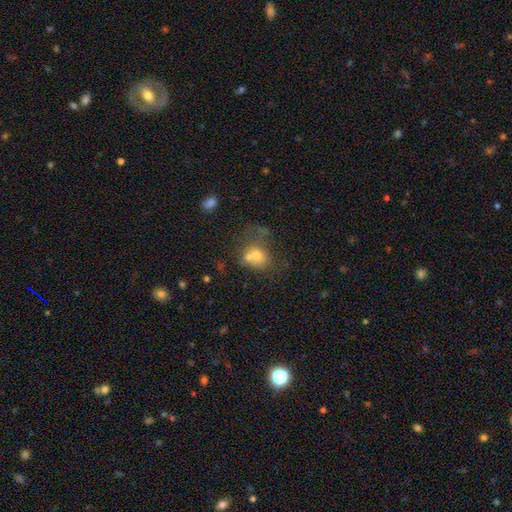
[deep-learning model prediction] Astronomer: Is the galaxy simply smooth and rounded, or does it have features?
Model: smooth — 65%.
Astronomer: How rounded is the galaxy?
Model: round — 63%.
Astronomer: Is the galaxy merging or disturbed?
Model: merger — 45% (runner-up: none, 33%).